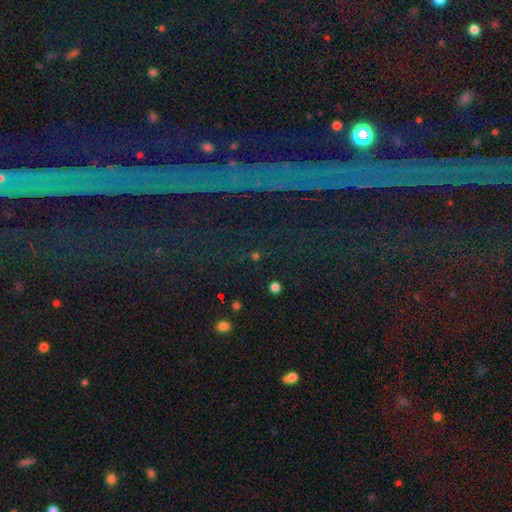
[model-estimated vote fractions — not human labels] star or artifact 64%, smooth 24%, featured or disk 12%.